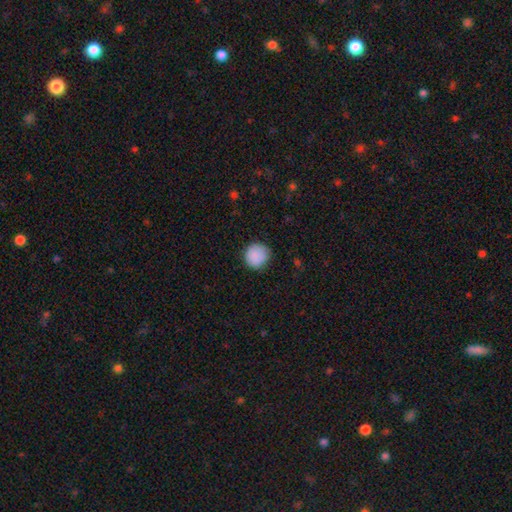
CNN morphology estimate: Smooth or featured? smooth (89%)
How rounded? round (93%)
Merging? none (85%)